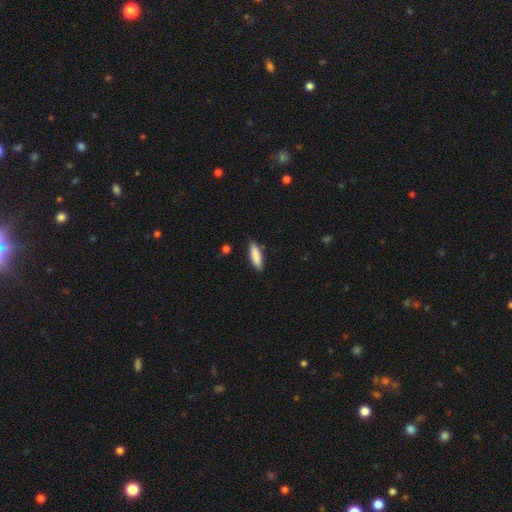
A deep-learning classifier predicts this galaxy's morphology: This is clearly a smooth galaxy (88%). How rounded: possibly in between (50%). Merging: clearly none (85%).